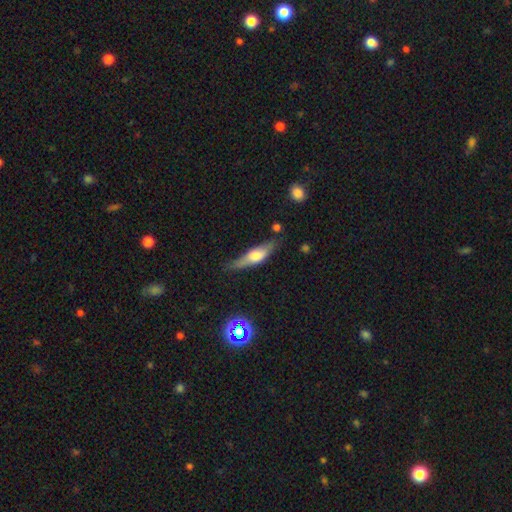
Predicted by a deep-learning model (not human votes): This appears to be a featured or disk galaxy (48%). Merging: none (68%).